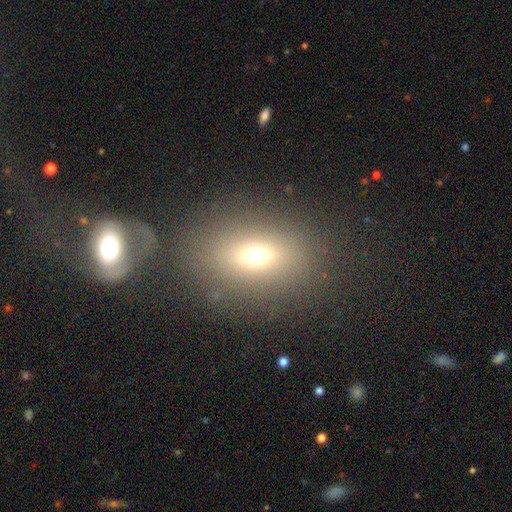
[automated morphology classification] smooth-or-featured: smooth: 66% | featured or disk: 19% | star or artifact: 16%
  how-rounded: in between: 73% | round: 24% | cigar-shaped: 3%
  merging: none: 71% | merger: 12% | minor disturbance: 11% | major disturbance: 6%